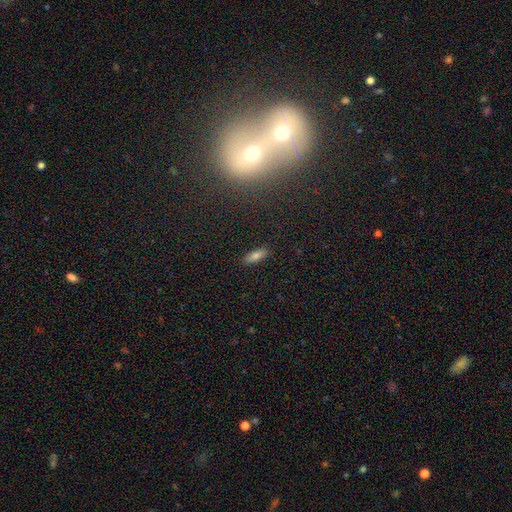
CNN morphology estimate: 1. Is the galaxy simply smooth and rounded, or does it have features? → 73% smooth, 15% featured or disk, 12% star or artifact.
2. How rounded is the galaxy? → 68% in between, 29% cigar-shaped, 4% round.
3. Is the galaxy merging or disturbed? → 88% none, 8% minor disturbance, 2% major disturbance, 1% merger.